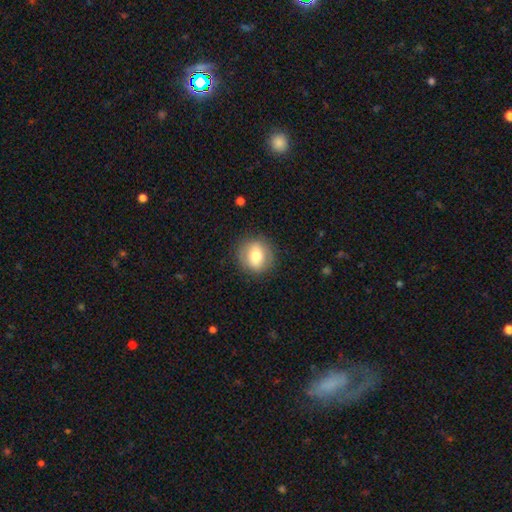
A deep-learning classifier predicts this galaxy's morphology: smooth 69%, featured or disk 22%, star or artifact 8%. Down the decision tree: how rounded — round (78%); merging — none (86%).